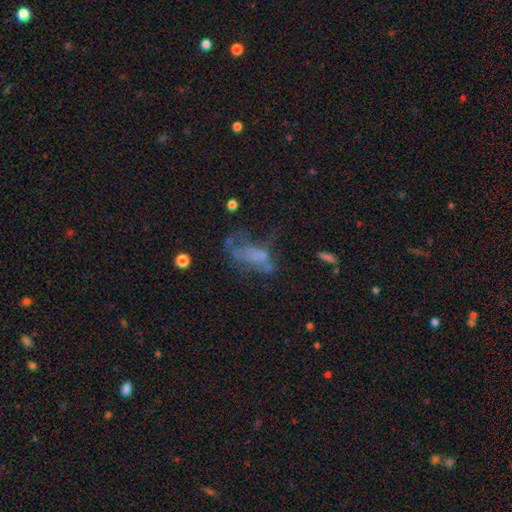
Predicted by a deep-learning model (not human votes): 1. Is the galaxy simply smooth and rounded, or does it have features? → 43% featured or disk, 38% smooth, 20% star or artifact.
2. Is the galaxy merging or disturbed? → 44% major disturbance, 26% none, 18% minor disturbance, 13% merger.